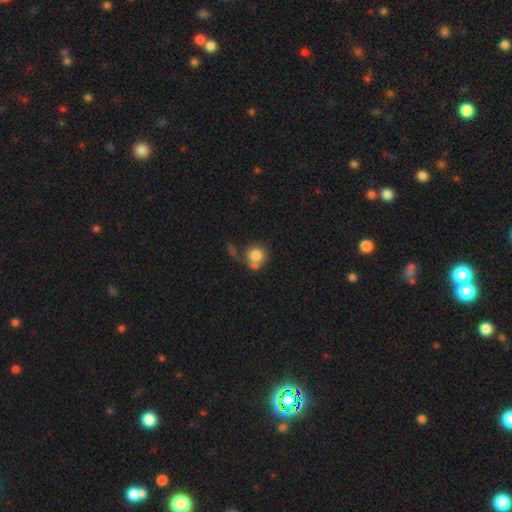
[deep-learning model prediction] A smooth galaxy with no disk features (80%) that is round (89%). Merging: none (50%).